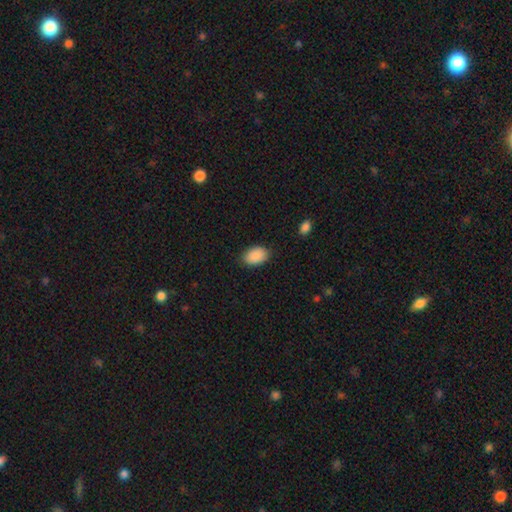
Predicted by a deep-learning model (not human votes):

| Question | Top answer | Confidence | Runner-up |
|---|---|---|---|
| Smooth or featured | smooth | 90% | star or artifact (7%) |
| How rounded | in between | 88% | round (11%) |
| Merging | none | 85% | minor disturbance (12%) |